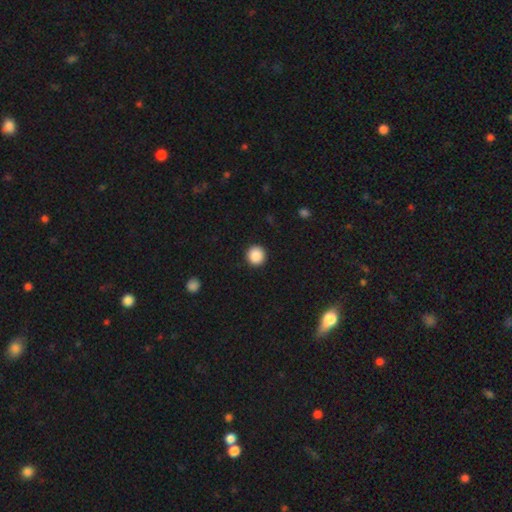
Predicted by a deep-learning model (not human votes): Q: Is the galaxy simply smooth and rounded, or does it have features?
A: smooth — 89%.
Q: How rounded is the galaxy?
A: round — 94%.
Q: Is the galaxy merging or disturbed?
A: none — 93%.